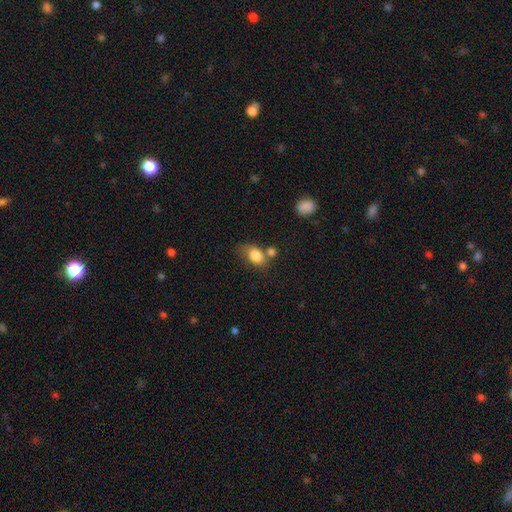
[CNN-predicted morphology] smooth-or-featured: smooth: 83% | featured or disk: 9% | star or artifact: 8%
  how-rounded: in between: 78% | round: 20% | cigar-shaped: 2%
  merging: none: 45% | merger: 24% | minor disturbance: 22% | major disturbance: 9%